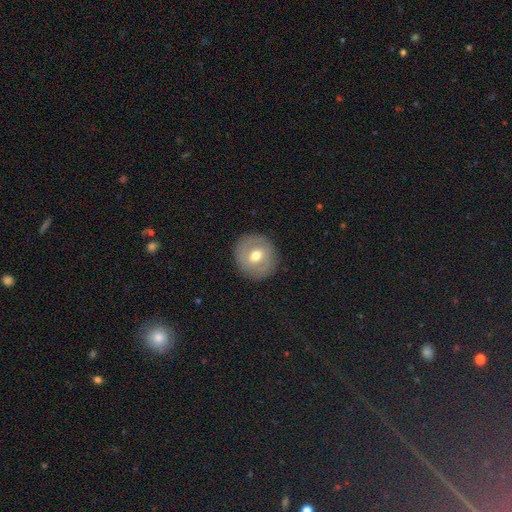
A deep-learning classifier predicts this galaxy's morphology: smooth 58%, featured or disk 34%, star or artifact 8%. Down the decision tree: how rounded — round (91%); merging — none (89%).